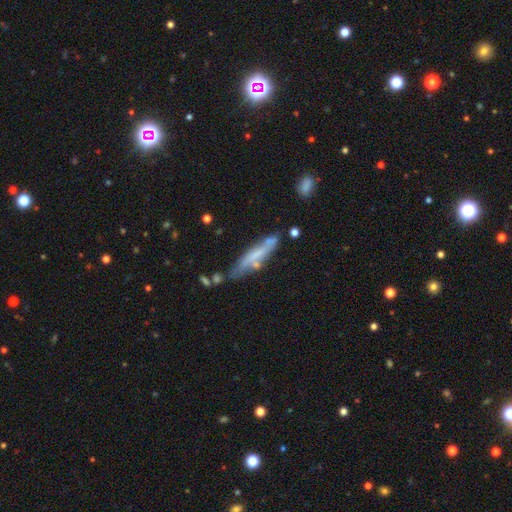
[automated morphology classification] smooth-or-featured: featured or disk: 47% | smooth: 46% | star or artifact: 7%
  merging: none: 56% | minor disturbance: 25% | merger: 11% | major disturbance: 8%